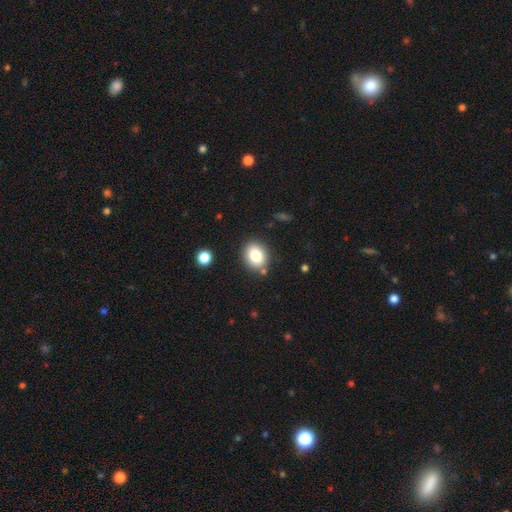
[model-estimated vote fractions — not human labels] A smooth galaxy with no disk features (81%) that is round (52%). Merging: none (84%).